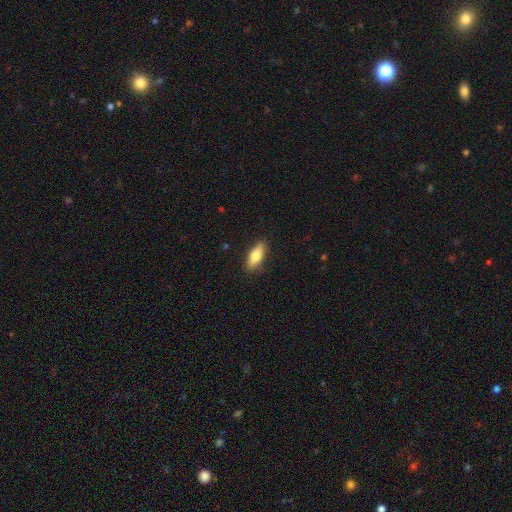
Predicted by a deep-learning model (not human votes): This appears to be a smooth galaxy with no disk features (75%) that is in between round and cigar-shaped (65%). Merging: none (86%).